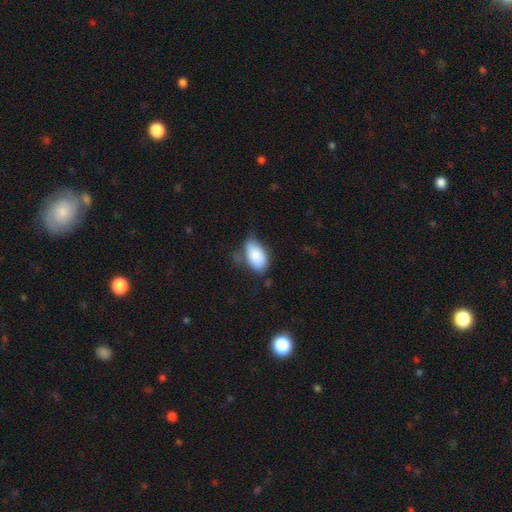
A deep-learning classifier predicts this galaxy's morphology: The model was most divided on "merging": none: 43%, minor disturbance: 39%, major disturbance: 13%, merger: 5%. More confident: how rounded — in between (94%); smooth or featured — smooth (84%).